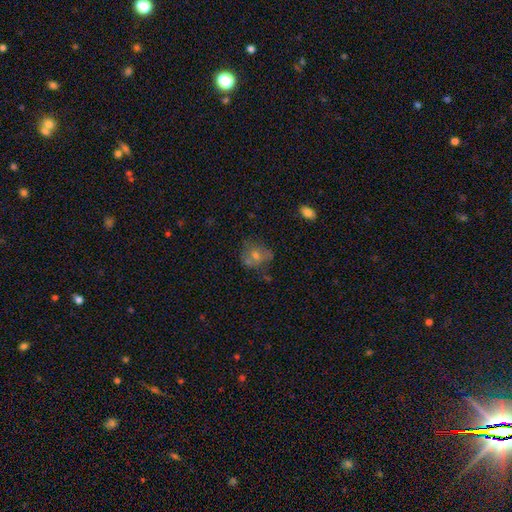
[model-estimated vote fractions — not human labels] smooth_or_featured: smooth (p=0.51) [alt: featured or disk p=0.32]
how_rounded: round (p=0.68) [alt: in between p=0.30]
merging: none (p=0.55) [alt: minor disturbance p=0.19]